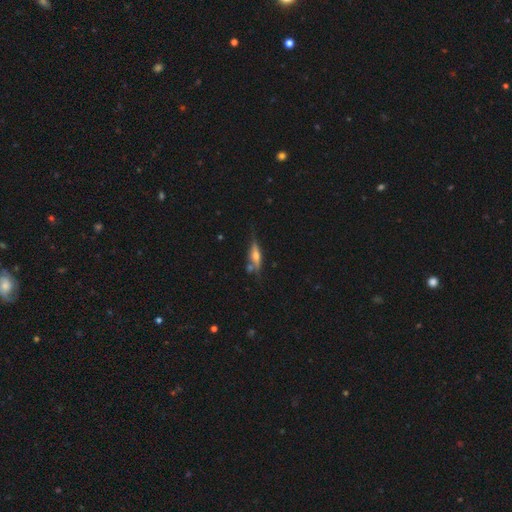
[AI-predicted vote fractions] A featured or disk galaxy (59%) viewed edge-on (89%) with a rounded central bulge (88%). Merging: none (64%).